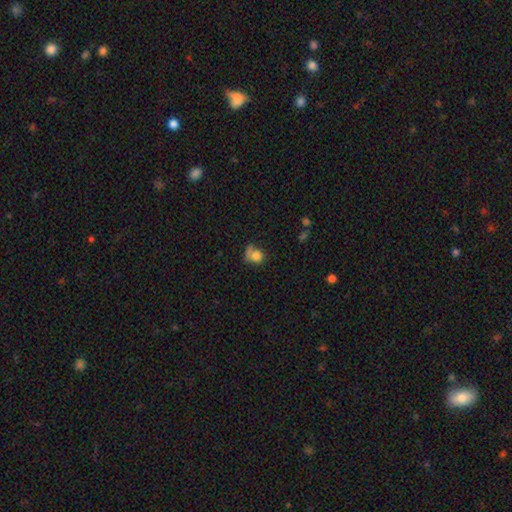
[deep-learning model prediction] Smooth or featured: smooth — 76% (featured or disk — 13%)
How rounded: round — 71% (in between — 28%)
Merging: none — 41% (minor disturbance — 25%)